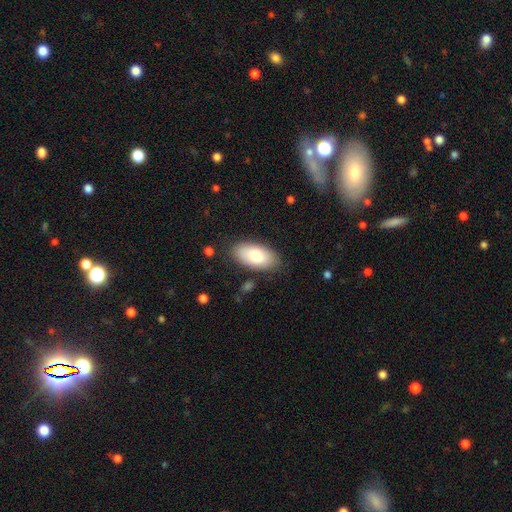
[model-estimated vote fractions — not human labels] A smooth galaxy with no disk features (76%) that is in between round and cigar-shaped (94%). Merging: none (83%).